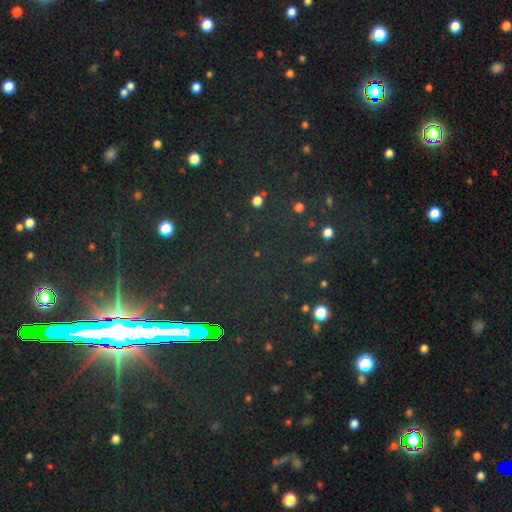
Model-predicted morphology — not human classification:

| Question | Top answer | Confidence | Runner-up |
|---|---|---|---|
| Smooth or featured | star or artifact | 76% | featured or disk (13%) |